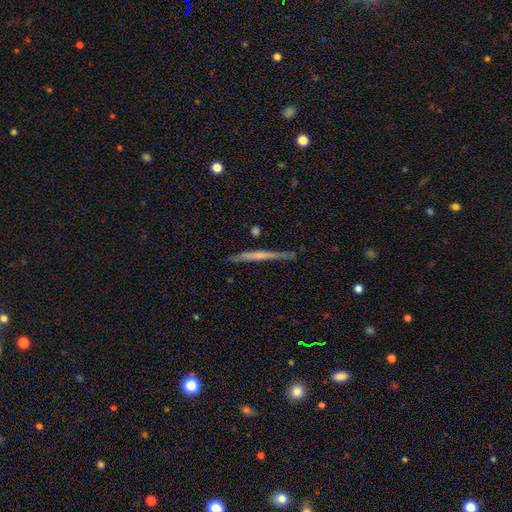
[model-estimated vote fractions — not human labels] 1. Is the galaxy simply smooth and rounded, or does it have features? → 54% featured or disk, 39% smooth, 7% star or artifact.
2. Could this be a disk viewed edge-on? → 96% yes, 4% no.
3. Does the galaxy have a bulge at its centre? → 74% none, 18% rounded, 8% boxy.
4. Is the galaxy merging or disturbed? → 82% none, 13% minor disturbance, 3% major disturbance, 2% merger.